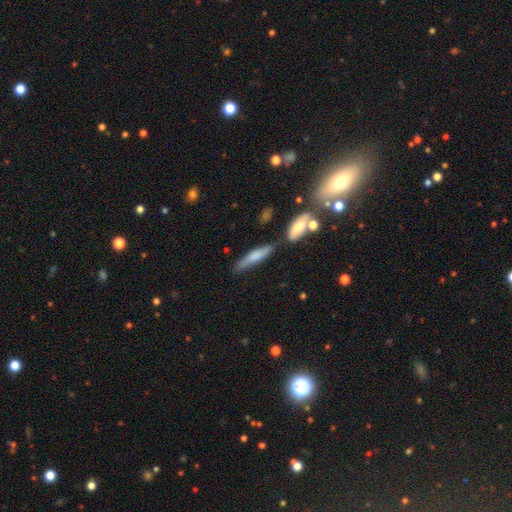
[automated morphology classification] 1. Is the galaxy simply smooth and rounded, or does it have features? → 65% smooth, 28% featured or disk, 6% star or artifact.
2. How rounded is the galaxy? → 78% cigar-shaped, 19% in between, 2% round.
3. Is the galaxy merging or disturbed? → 62% none, 18% minor disturbance, 15% merger, 5% major disturbance.